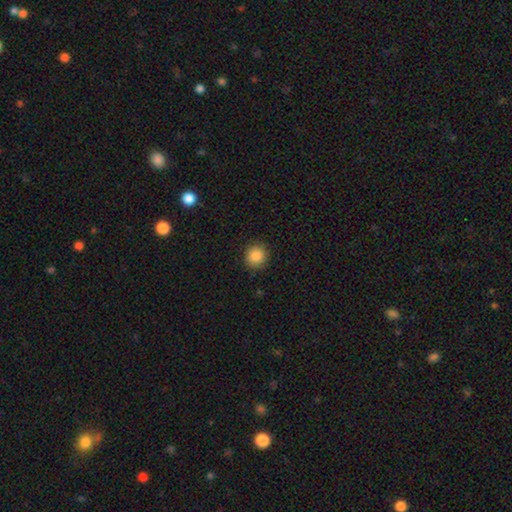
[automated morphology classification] Smooth or featured? smooth (87%)
How rounded? round (89%)
Merging? none (90%)